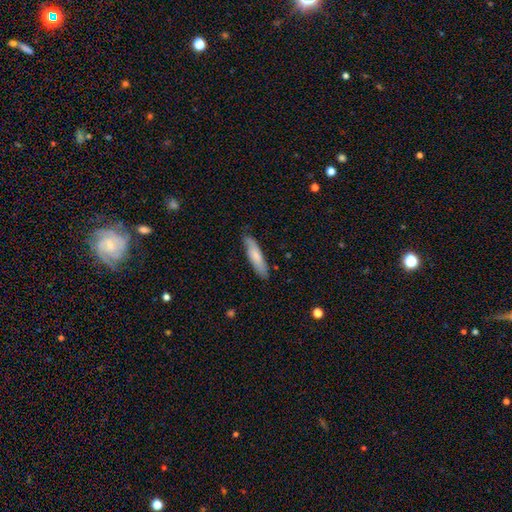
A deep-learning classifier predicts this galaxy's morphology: smooth-or-featured: smooth: 74% | featured or disk: 20% | star or artifact: 5%
  how-rounded: cigar-shaped: 74% | in between: 24% | round: 1%
  merging: none: 80% | minor disturbance: 16% | major disturbance: 2% | merger: 1%